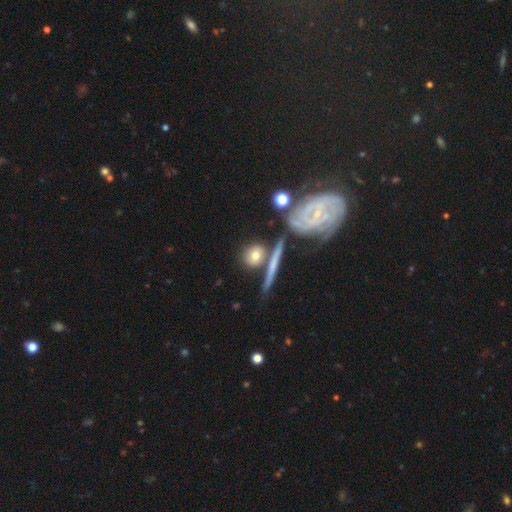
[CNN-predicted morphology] Smooth or featured: smooth — 61% (featured or disk — 30%)
How rounded: round — 66% (in between — 18%)
Merging: none — 65% (merger — 16%)